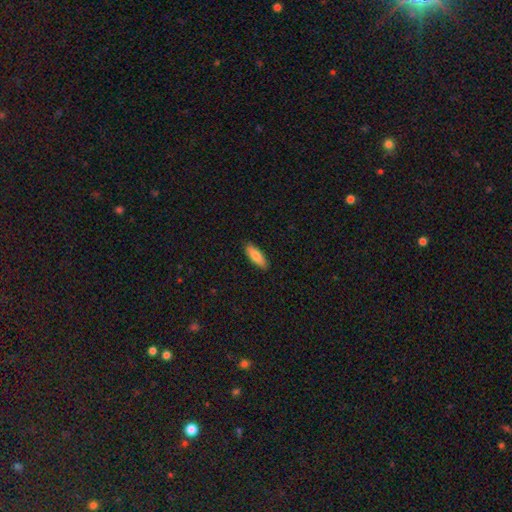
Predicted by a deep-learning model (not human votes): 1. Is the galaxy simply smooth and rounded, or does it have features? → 82% smooth, 13% featured or disk, 6% star or artifact.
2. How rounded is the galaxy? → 58% in between, 41% cigar-shaped, 2% round.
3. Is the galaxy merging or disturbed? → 89% none, 8% minor disturbance, 2% major disturbance, 1% merger.